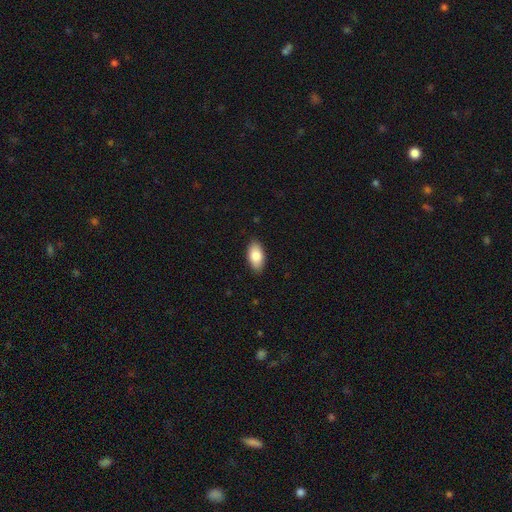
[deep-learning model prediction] A smooth galaxy with no disk features (84%) that is in between round and cigar-shaped (94%). Merging: none (88%).